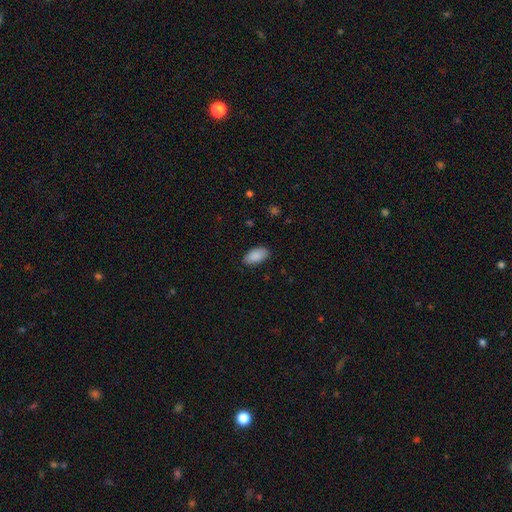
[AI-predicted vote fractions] A smooth galaxy with no disk features (90%) that is in between round and cigar-shaped (94%).

Vote fractions:
- Smooth or featured? smooth: 90% / star or artifact: 6% / featured or disk: 4%
- How rounded? in between: 94% / cigar-shaped: 4% / round: 2%
- Merging? none: 86% / minor disturbance: 11% / major disturbance: 2% / merger: 1%